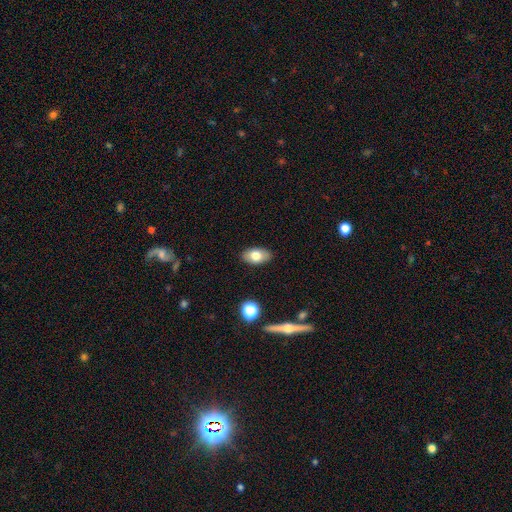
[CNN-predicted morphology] smooth-or-featured: smooth: 76% | featured or disk: 16% | star or artifact: 8%
  how-rounded: in between: 91% | round: 7% | cigar-shaped: 2%
  merging: none: 87% | minor disturbance: 9% | major disturbance: 2% | merger: 1%